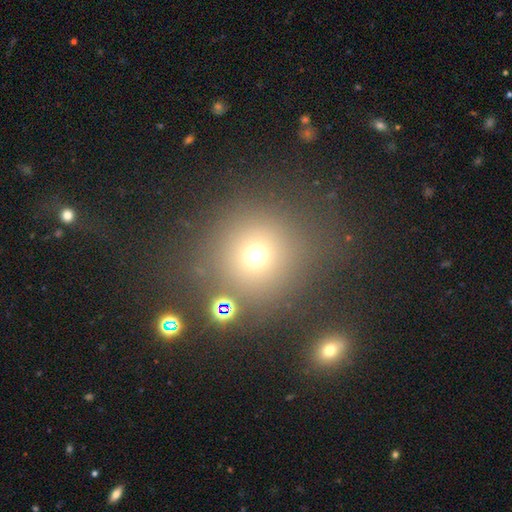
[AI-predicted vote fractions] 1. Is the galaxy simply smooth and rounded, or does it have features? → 66% smooth, 23% star or artifact, 11% featured or disk.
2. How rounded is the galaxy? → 91% round, 8% in between, 1% cigar-shaped.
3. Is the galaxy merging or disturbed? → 77% none, 10% minor disturbance, 7% merger, 6% major disturbance.